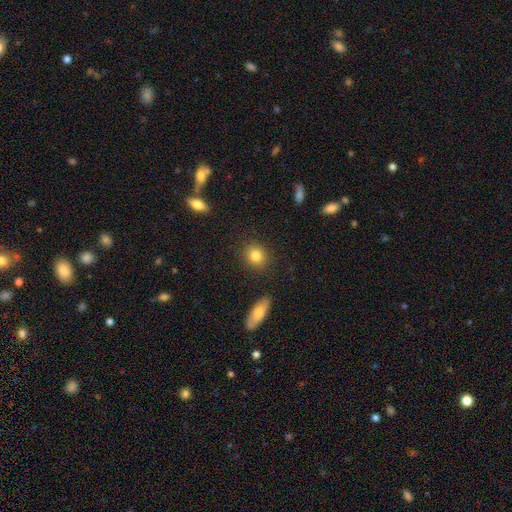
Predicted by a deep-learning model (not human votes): smooth-or-featured: smooth: 84% | star or artifact: 9% | featured or disk: 7%
  how-rounded: round: 74% | in between: 25% | cigar-shaped: 2%
  merging: none: 87% | minor disturbance: 7% | merger: 3% | major disturbance: 2%